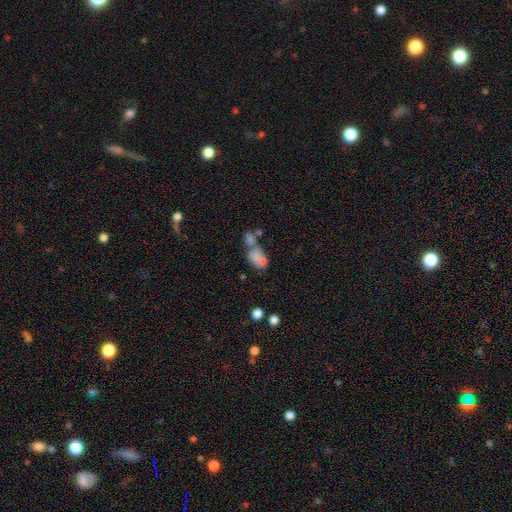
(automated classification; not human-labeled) Overall: smooth (68%). How rounded: in between (79%). Merging: merger (58%; none 22%).